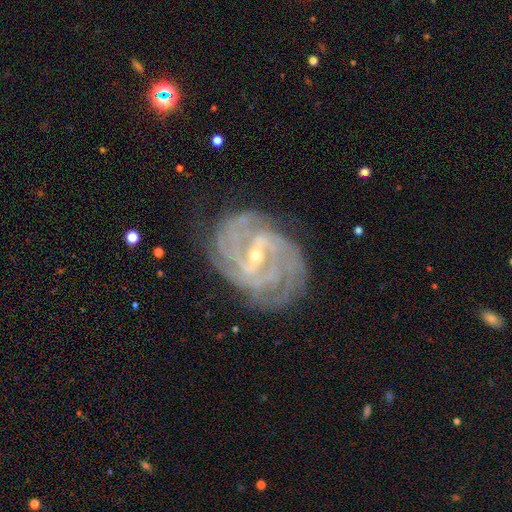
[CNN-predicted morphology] Smooth or featured?
  - featured or disk: 90% *
  - star or artifact: 5%
  - smooth: 4%
Edge-on disk?
  - no: 97% *
  - yes: 3%
Bar?
  - weak: 43% *
  - strong: 41%
  - no: 15%
Spiral arms?
  - yes: 97% *
  - no: 3%
Spiral winding?
  - tight: 65% *
  - medium: 29%
  - loose: 6%
Spiral arm count?
  - 4: 27% *
  - can't tell: 22%
  - 3: 18%
  - 2: 16%
  - more than 4: 11%
  - 1: 7%
Bulge size?
  - small: 73% *
  - moderate: 24%
  - none: 1%
  - large: 1%
  - dominant: 1%
Merging?
  - none: 73% *
  - minor disturbance: 18%
  - major disturbance: 7%
  - merger: 2%